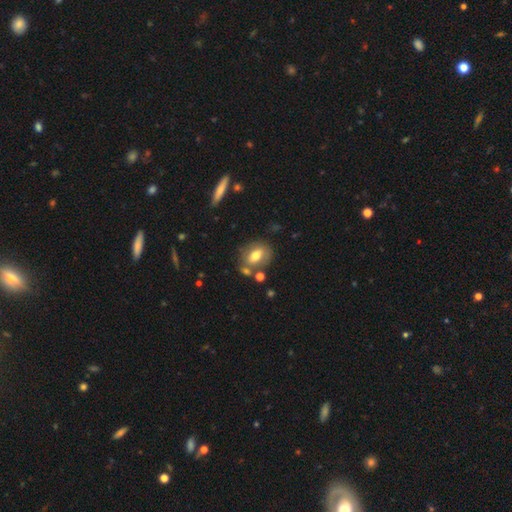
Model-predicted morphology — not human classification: This appears to be a smooth galaxy with no disk features (62%) that is in between round and cigar-shaped (67%). Merging: none (62%).